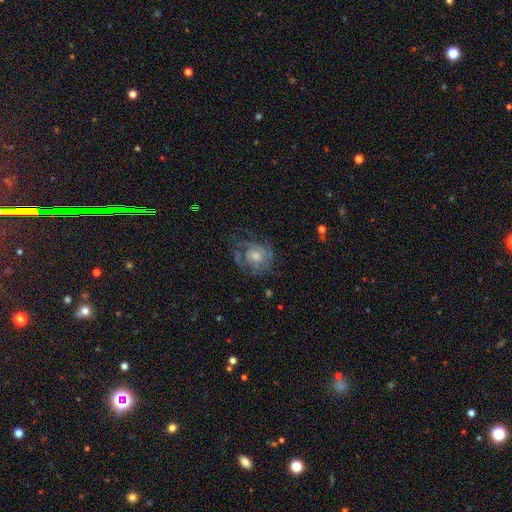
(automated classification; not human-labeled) The model was most divided on "bulge size": moderate: 51%, small: 38%, large: 6%, none: 4%, dominant: 1%. More confident: edge-on disk — no (97%); bar — no (78%); spiral arms — yes (78%); smooth or featured — featured or disk (66%); merging — none (61%).